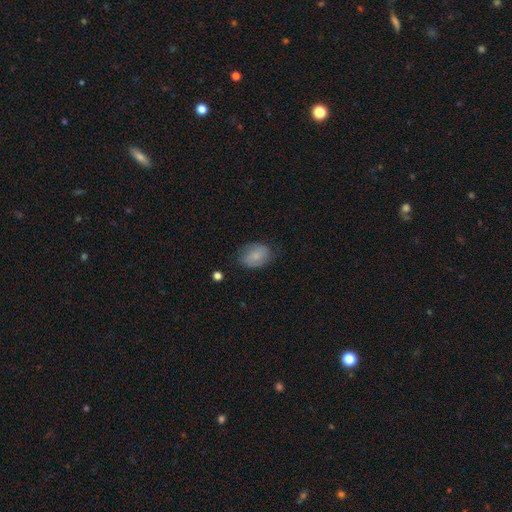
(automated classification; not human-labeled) Smooth or featured? Predicted: smooth (p=0.73). How rounded? Predicted: in between (p=0.72). Merging? Predicted: none (p=0.72).